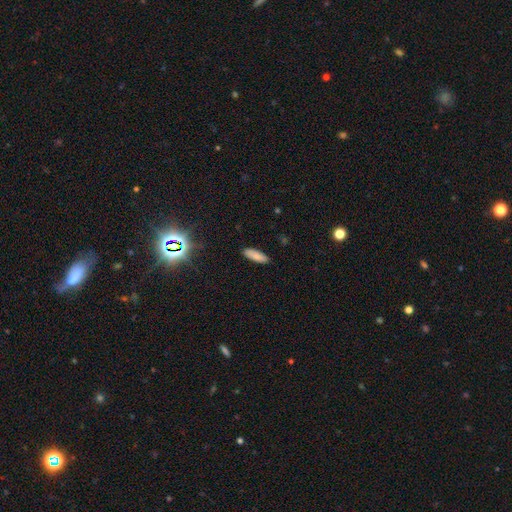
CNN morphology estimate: type=smooth (82%); roundness=in between (55%); merging=none (88%).